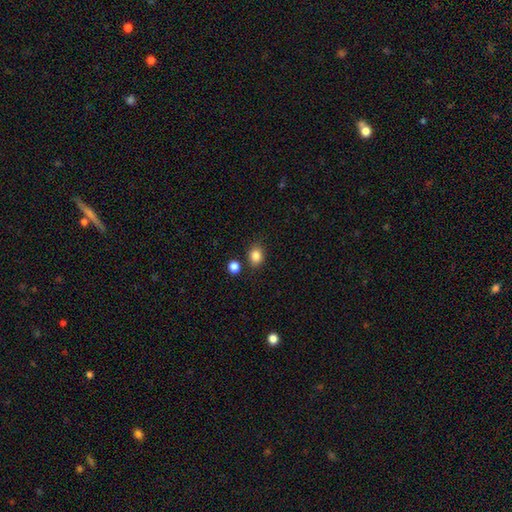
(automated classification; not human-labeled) smooth_or_featured: smooth (p=0.85) [alt: star or artifact p=0.10]
how_rounded: round (p=0.56) [alt: in between p=0.43]
merging: none (p=0.80) [alt: minor disturbance p=0.11]